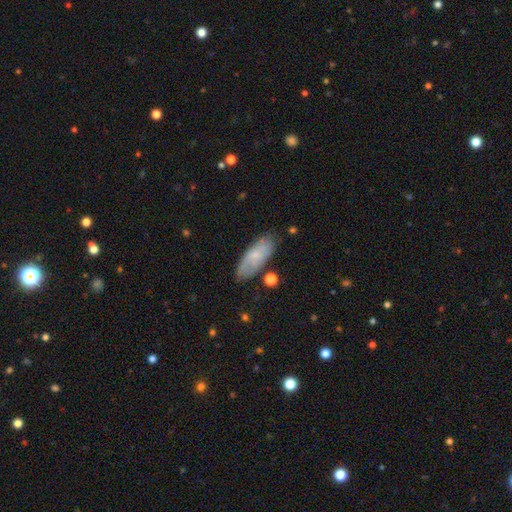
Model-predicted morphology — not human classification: The model was most divided on "smooth or featured": smooth: 62%, featured or disk: 31%, star or artifact: 7%. More confident: how rounded — in between (75%); merging — none (74%).